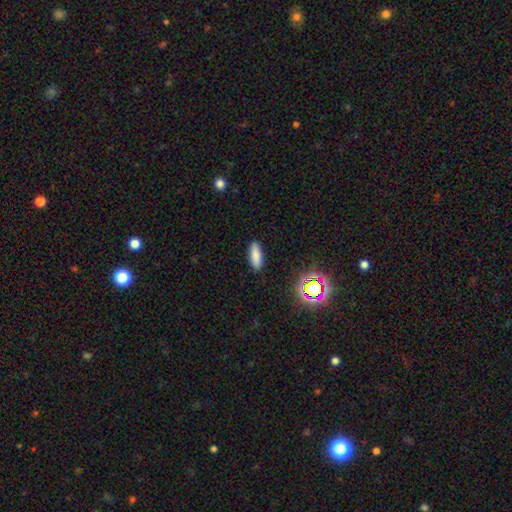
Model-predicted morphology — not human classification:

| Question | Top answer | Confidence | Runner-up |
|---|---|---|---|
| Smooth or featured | smooth | 83% | star or artifact (10%) |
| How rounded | in between | 65% | cigar-shaped (32%) |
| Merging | none | 89% | minor disturbance (8%) |